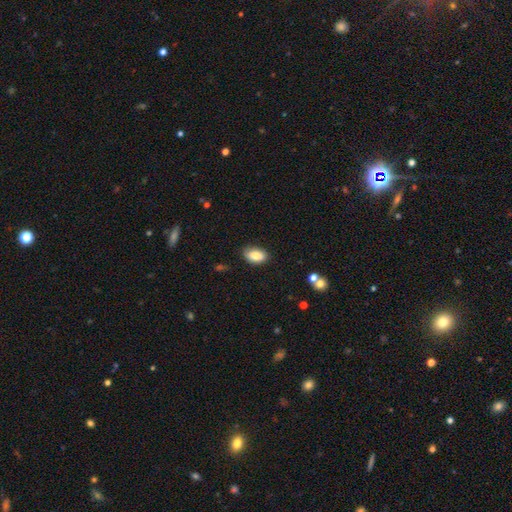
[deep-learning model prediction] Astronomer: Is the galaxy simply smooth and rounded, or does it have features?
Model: smooth — 83%.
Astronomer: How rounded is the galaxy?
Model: in between — 91%.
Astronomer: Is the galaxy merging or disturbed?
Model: none — 82%.